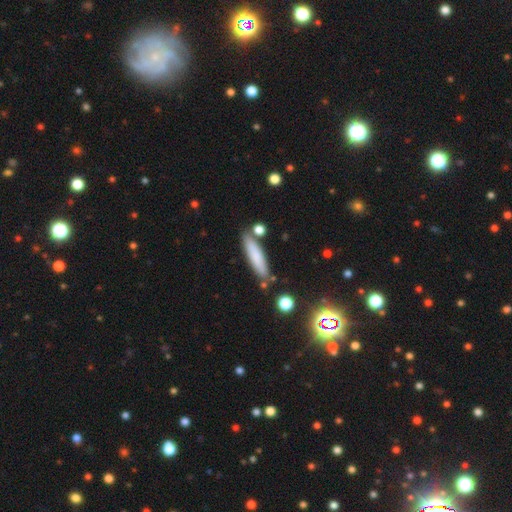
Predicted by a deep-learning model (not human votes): Q: Smooth or featured?
A: smooth (77%); runner-up: featured or disk (16%)
Q: How rounded?
A: cigar-shaped (80%); runner-up: in between (18%)
Q: Merging?
A: none (78%); runner-up: minor disturbance (12%)